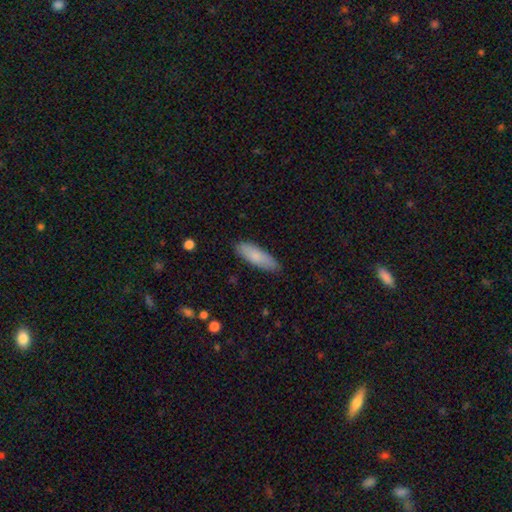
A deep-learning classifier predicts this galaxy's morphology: Smooth or featured? Predicted: smooth (p=0.81). How rounded? Predicted: in between (p=0.54). Merging? Predicted: none (p=0.84).